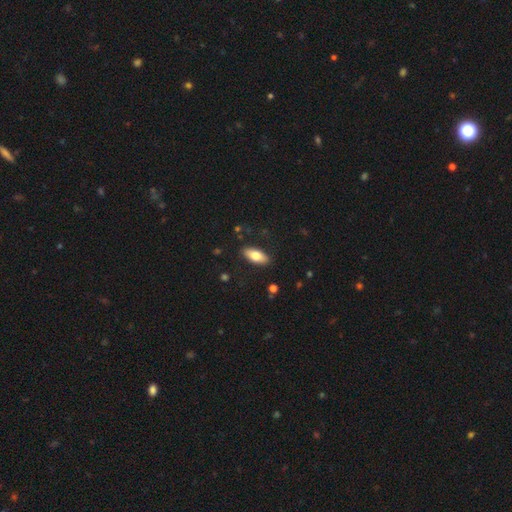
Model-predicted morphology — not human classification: This is likely a smooth galaxy (73%). How rounded: clearly in between (80%). Merging: clearly none (88%).